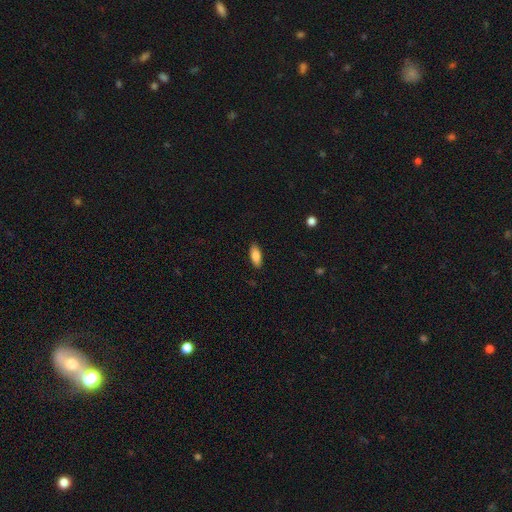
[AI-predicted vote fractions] smooth-or-featured: smooth: 84% | featured or disk: 10% | star or artifact: 7%
  how-rounded: in between: 81% | cigar-shaped: 17% | round: 2%
  merging: none: 88% | minor disturbance: 9% | major disturbance: 2% | merger: 1%